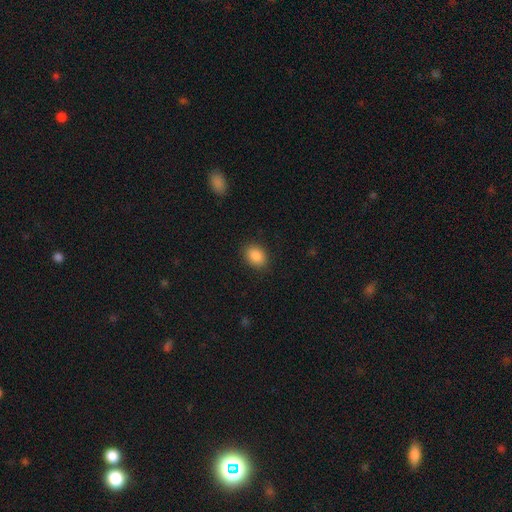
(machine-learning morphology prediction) Smooth or featured? Predicted: smooth (p=0.88). How rounded? Predicted: in between (p=0.66). Merging? Predicted: none (p=0.88).